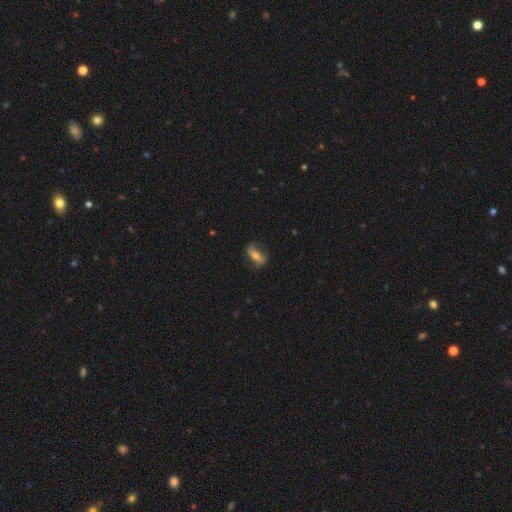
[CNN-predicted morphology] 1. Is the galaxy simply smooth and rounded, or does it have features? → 48% smooth, 44% featured or disk, 9% star or artifact.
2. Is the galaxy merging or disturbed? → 68% none, 21% minor disturbance, 10% major disturbance, 2% merger.